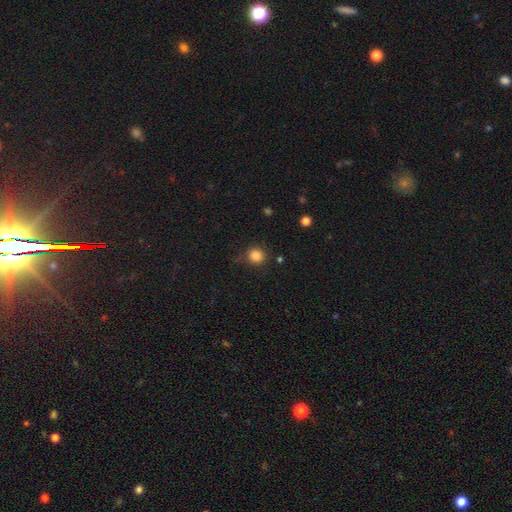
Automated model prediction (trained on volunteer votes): Smooth or featured: smooth — 84% (star or artifact — 11%)
How rounded: round — 89% (in between — 10%)
Merging: none — 78% (minor disturbance — 15%)